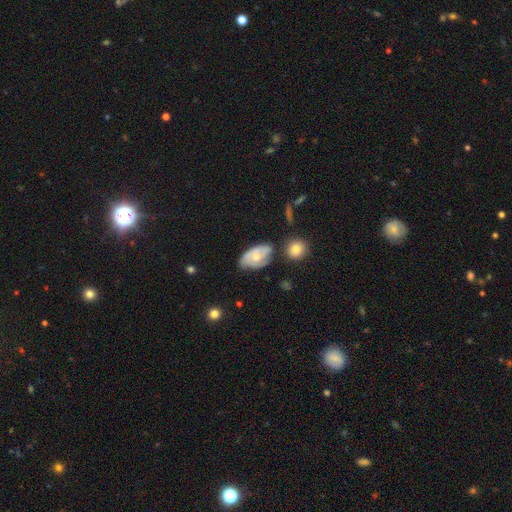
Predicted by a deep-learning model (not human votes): A featured or disk galaxy (56%) with no bar (75%), spiral arms (80%) and a moderate central bulge (52%).

Vote fractions:
- Smooth or featured? featured or disk: 56% / smooth: 37% / star or artifact: 7%
- Edge-on disk? no: 94% / yes: 6%
- Bar? no: 75% / weak: 22% / strong: 3%
- Spiral arms? yes: 80% / no: 20%
- Bulge size? moderate: 52% / small: 38% / none: 5% / large: 4% / dominant: 1%
- Merging? none: 54% / minor disturbance: 30% / major disturbance: 10% / merger: 7%